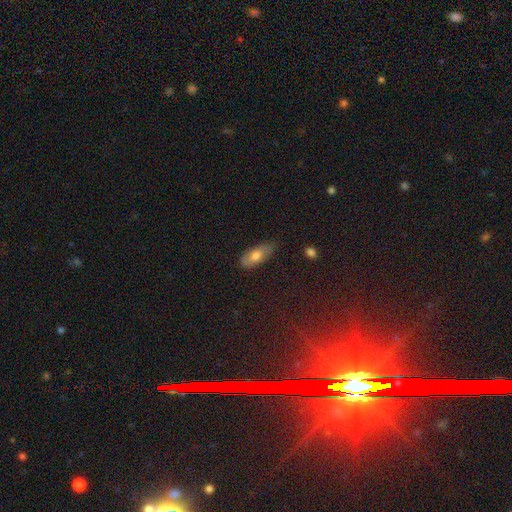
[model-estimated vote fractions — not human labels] Smooth or featured: smooth — 69% (featured or disk — 23%)
How rounded: in between — 82% (cigar-shaped — 15%)
Merging: none — 65% (minor disturbance — 28%)